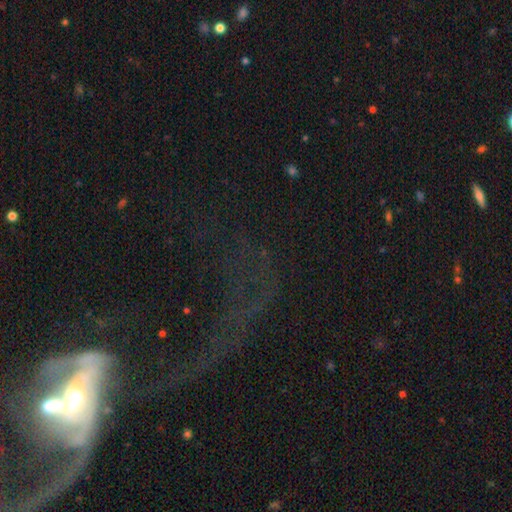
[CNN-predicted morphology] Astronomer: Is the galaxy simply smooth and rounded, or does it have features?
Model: featured or disk — 55%.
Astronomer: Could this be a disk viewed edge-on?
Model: no — 84%.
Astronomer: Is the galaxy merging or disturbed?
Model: major disturbance — 44% (runner-up: merger, 23%).